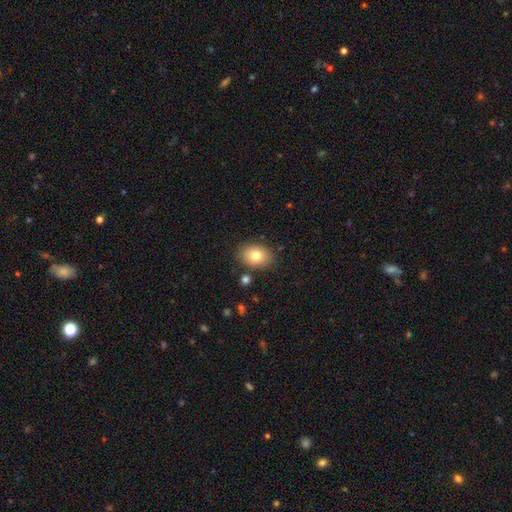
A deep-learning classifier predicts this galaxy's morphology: Smooth or featured? Predicted: smooth (p=0.78). How rounded? Predicted: in between (p=0.69). Merging? Predicted: none (p=0.82).